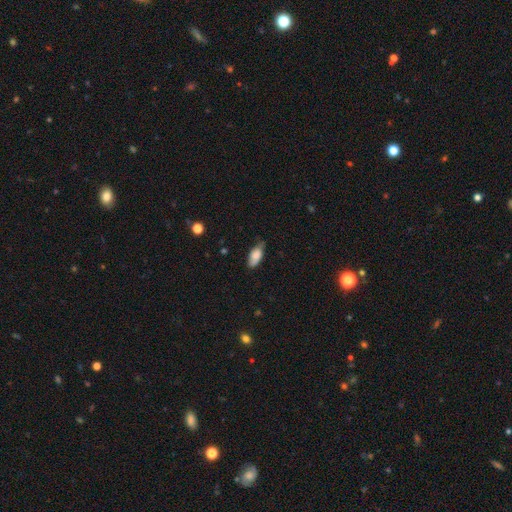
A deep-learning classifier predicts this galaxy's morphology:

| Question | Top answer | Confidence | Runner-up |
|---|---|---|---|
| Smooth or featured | smooth | 78% | featured or disk (15%) |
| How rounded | in between | 85% | cigar-shaped (12%) |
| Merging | none | 65% | minor disturbance (28%) |